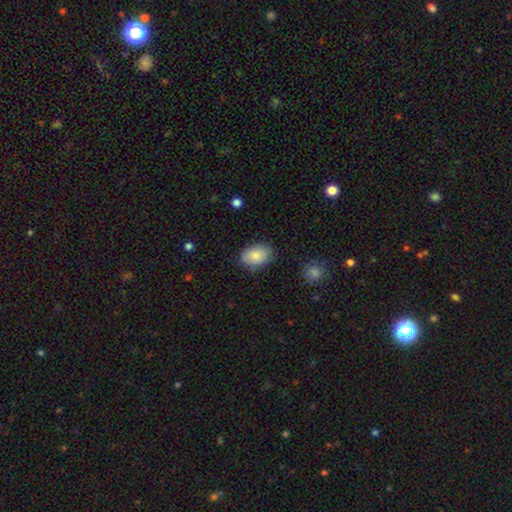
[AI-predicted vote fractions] Smooth or featured: smooth — 85% (featured or disk — 9%)
How rounded: in between — 85% (round — 14%)
Merging: none — 82% (minor disturbance — 14%)